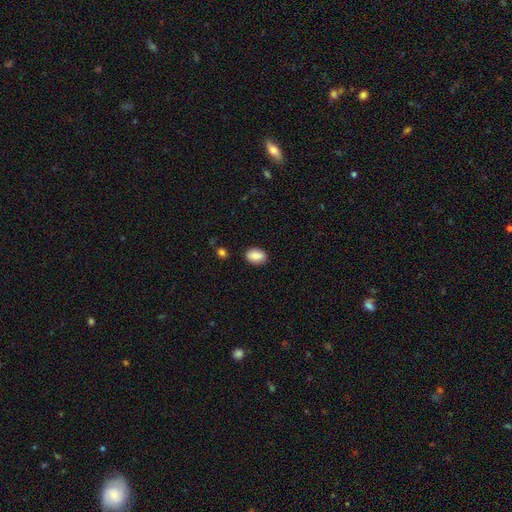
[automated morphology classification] Overall: smooth (88%). How rounded: in between (87%). Merging: none (87%).